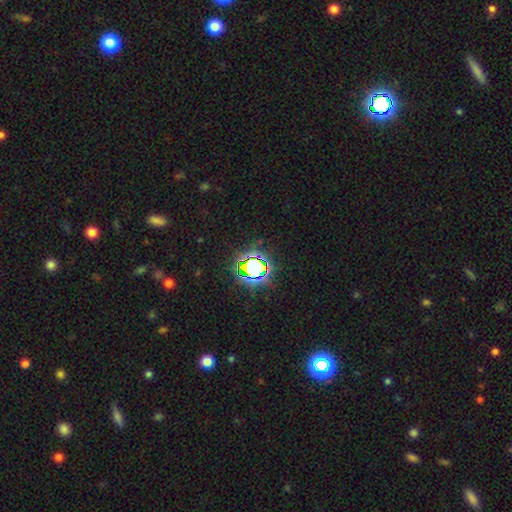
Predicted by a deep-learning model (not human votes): Morphology: type=star or artifact (79%).